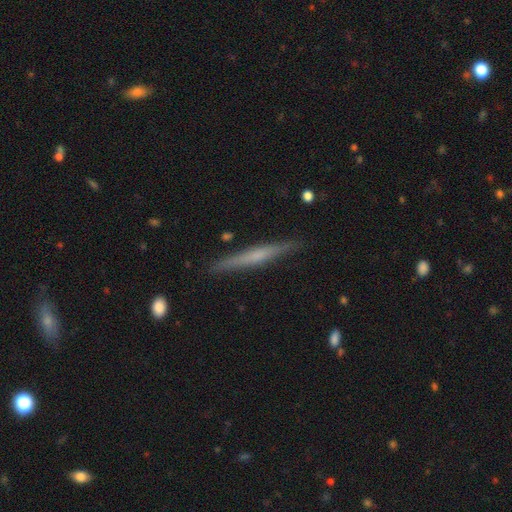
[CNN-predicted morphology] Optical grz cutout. It shows a featured or disk galaxy (57%) viewed edge-on (97%) with no central bulge (53%). Merging: none (89%).